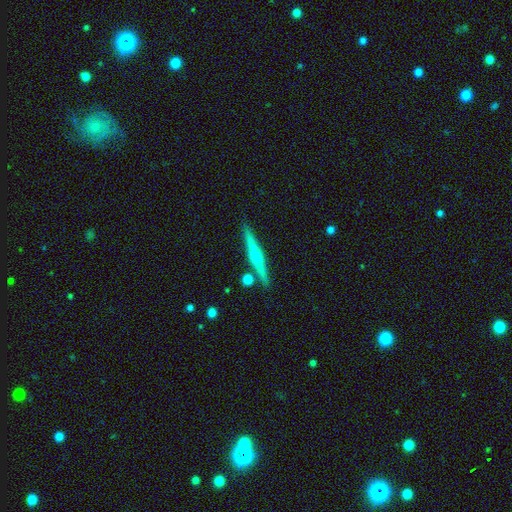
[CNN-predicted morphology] Smooth or featured? featured or disk (69%)
Edge-on disk? yes (98%)
Edge-on bulge? rounded (84%)
Merging? none (87%)